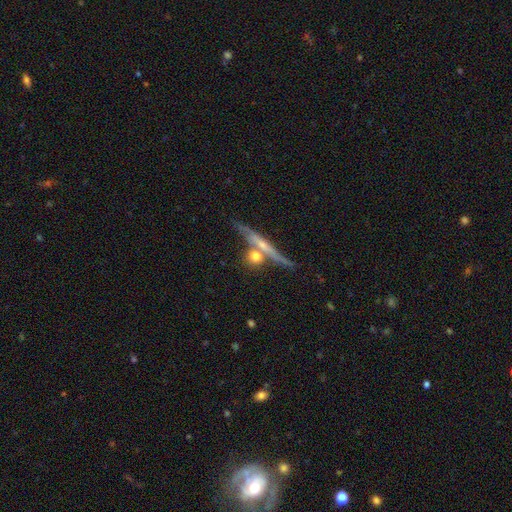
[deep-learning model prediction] Q: Smooth or featured?
A: smooth (50%); runner-up: featured or disk (41%)
Q: How rounded?
A: round (53%); runner-up: cigar-shaped (34%)
Q: Merging?
A: none (57%); runner-up: merger (27%)